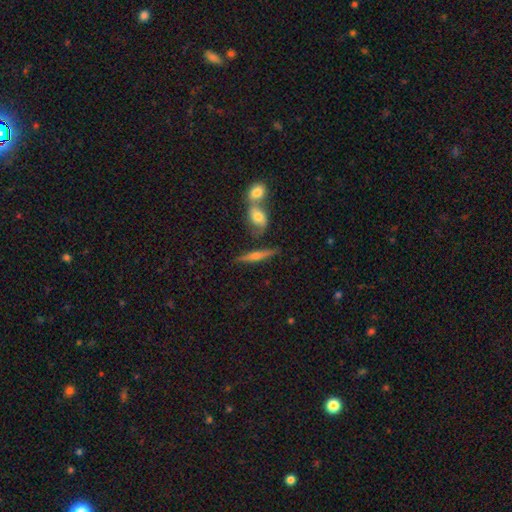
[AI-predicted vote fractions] Smooth or featured? Predicted: featured or disk (p=0.61). Edge-on disk? Predicted: yes (p=0.92). Edge-on bulge? Predicted: rounded (p=0.89). Merging? Predicted: none (p=0.67).